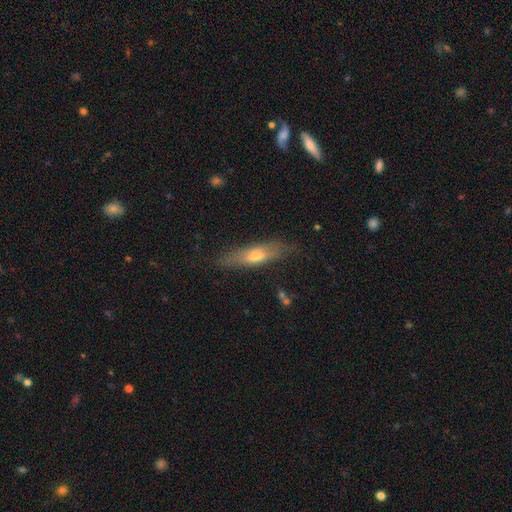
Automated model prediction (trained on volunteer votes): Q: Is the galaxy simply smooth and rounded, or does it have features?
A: smooth — 50%.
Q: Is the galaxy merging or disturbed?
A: none — 79%.